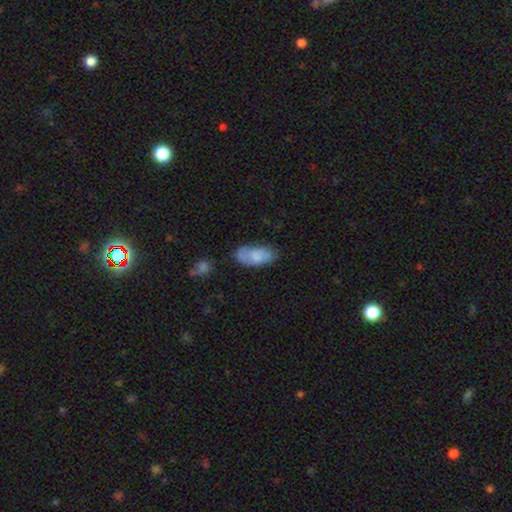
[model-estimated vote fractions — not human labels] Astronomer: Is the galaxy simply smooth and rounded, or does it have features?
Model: smooth — 73%.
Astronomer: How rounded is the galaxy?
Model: in between — 91%.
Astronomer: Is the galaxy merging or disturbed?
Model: none — 61%.